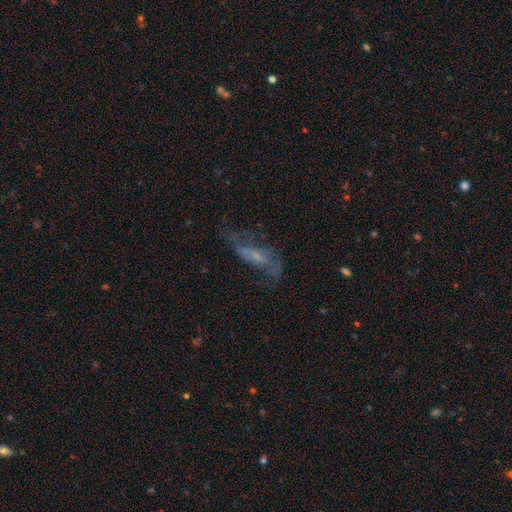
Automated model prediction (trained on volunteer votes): A featured or disk galaxy (61%) with no bar (41%), spiral arms (65%) and a small central bulge (55%). Merging: none (46%).